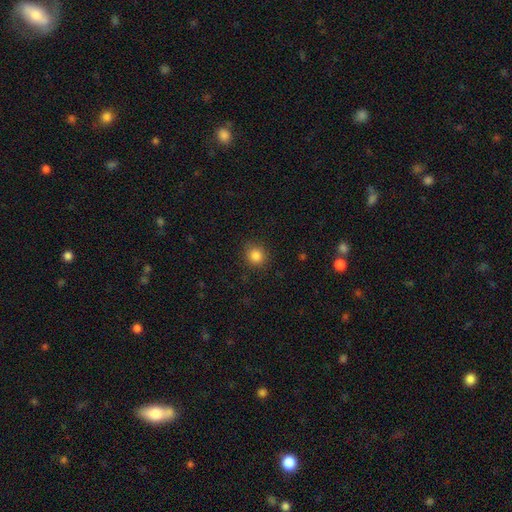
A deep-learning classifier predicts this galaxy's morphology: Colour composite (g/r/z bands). It shows a smooth galaxy with no disk features (84%) that is round (85%). Merging: none (87%).